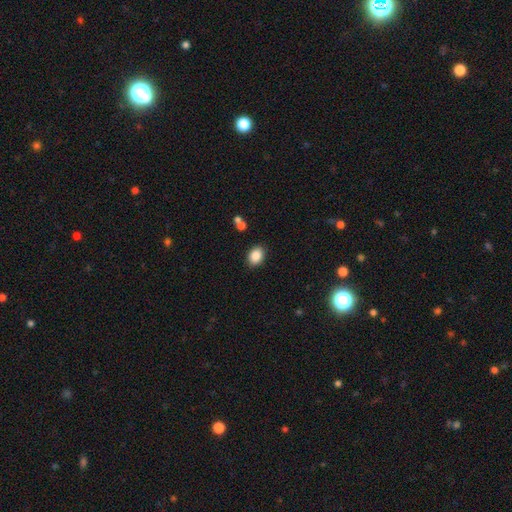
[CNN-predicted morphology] Overall: smooth (87%). How rounded: in between (71%). Merging: none (86%).